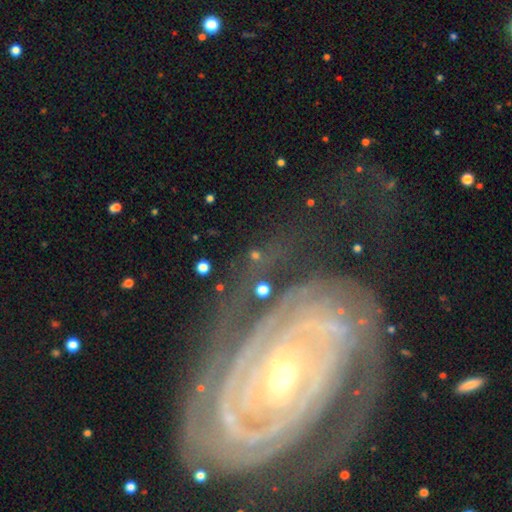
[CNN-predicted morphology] smooth-or-featured: featured or disk: 88% | star or artifact: 7% | smooth: 5%
  disk-edge-on: no: 95% | yes: 5%
    bar: no: 53% | weak: 24% | strong: 23%
    has-spiral-arms: yes: 95% | no: 5%
      spiral-winding: tight: 80% | medium: 16% | loose: 5%
      spiral-arm-count: 2: 28% | can't tell: 26% | 3: 17% | 4: 11% | more than 4: 9% | 1: 8%
    bulge-size: small: 48% | moderate: 46% | large: 3% | dominant: 1% | none: 1%
  merging: none: 69% | minor disturbance: 16% | major disturbance: 12% | merger: 3%